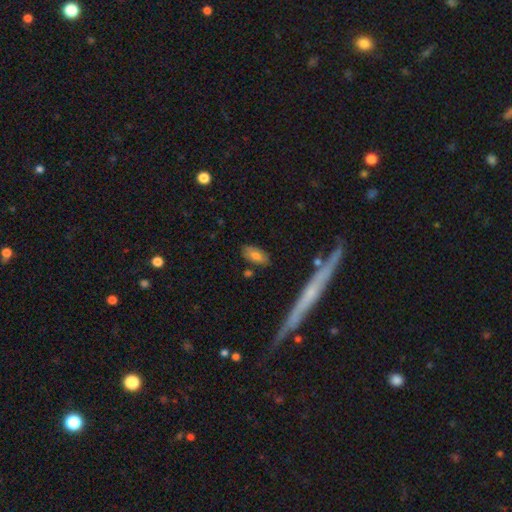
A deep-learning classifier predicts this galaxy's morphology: smooth_or_featured: smooth (p=0.71) [alt: featured or disk p=0.22]
how_rounded: in between (p=0.87) [alt: cigar-shaped p=0.10]
merging: none (p=0.79) [alt: minor disturbance p=0.14]